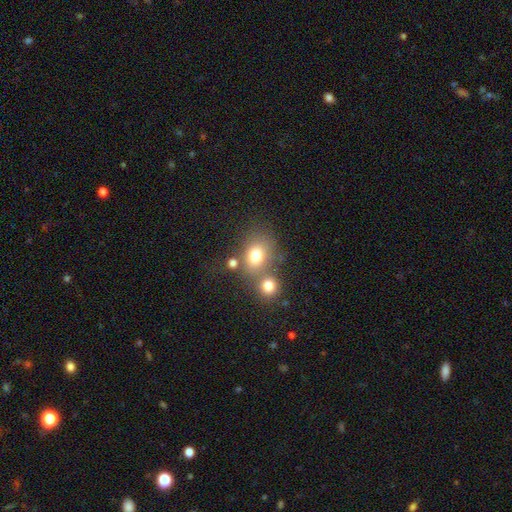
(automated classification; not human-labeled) This is likely a smooth galaxy (75%). How rounded: possibly round (54%). Merging: possibly none (48%).